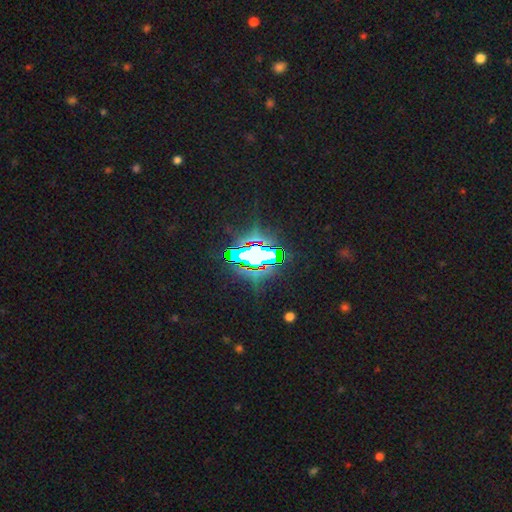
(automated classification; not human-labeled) A star or artifact, not a galaxy (73%).